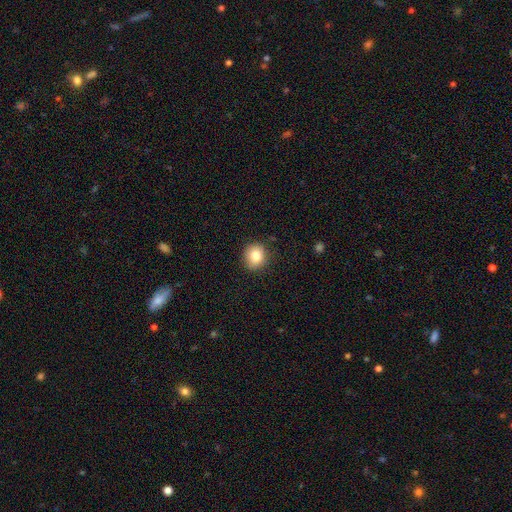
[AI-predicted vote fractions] Morphology: type=smooth (83%); roundness=round (83%); merging=none (86%).